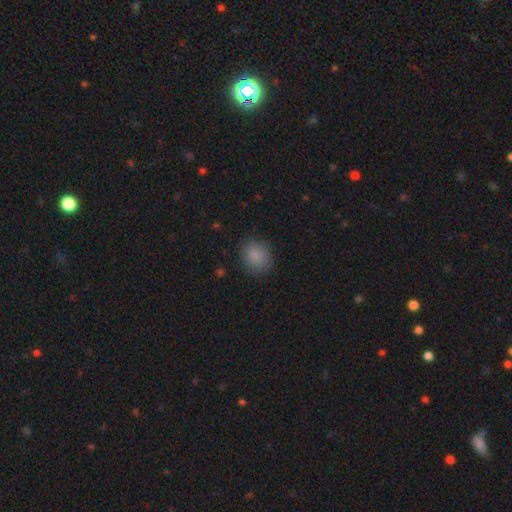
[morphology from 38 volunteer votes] smooth-or-featured: smooth: 95% | star or artifact: 5% | featured or disk: 0%
  how-rounded: round: 81% | in between: 19% | cigar-shaped: 0%
  merging: none: 78% | minor disturbance: 11% | major disturbance: 8% | merger: 3%